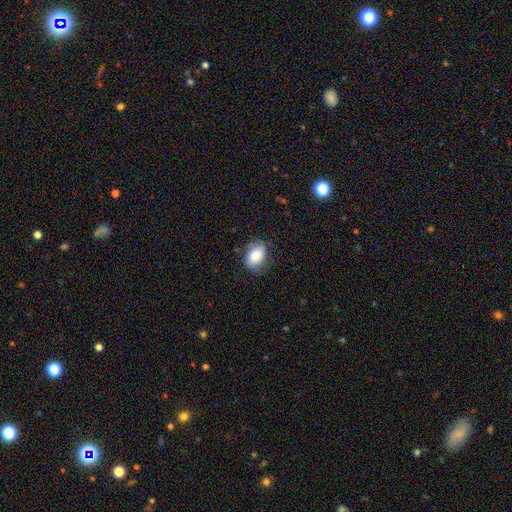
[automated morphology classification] Q: Smooth or featured?
A: smooth (79%); runner-up: featured or disk (14%)
Q: How rounded?
A: in between (81%); runner-up: round (17%)
Q: Merging?
A: none (67%); runner-up: minor disturbance (25%)